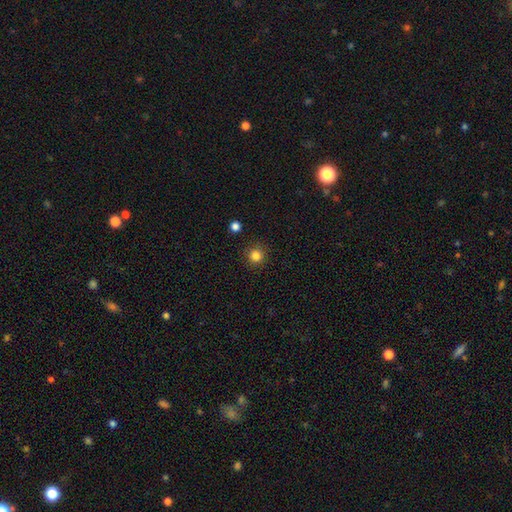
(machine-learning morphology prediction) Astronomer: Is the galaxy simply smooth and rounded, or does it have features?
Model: smooth — 83%.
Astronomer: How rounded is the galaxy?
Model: round — 95%.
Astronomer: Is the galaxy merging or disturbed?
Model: none — 90%.